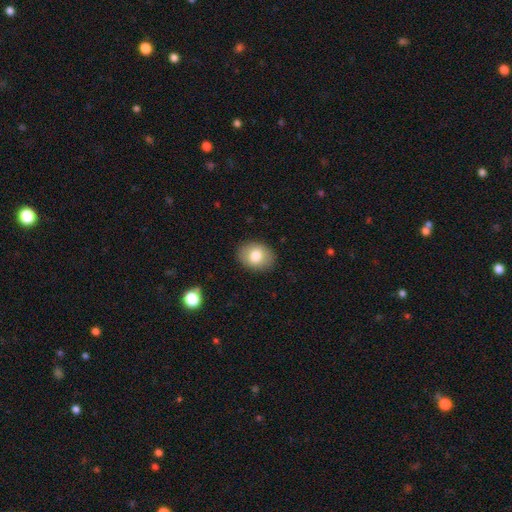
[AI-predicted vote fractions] Morphology: type=smooth (78%); roundness=in between (68%); merging=none (88%).